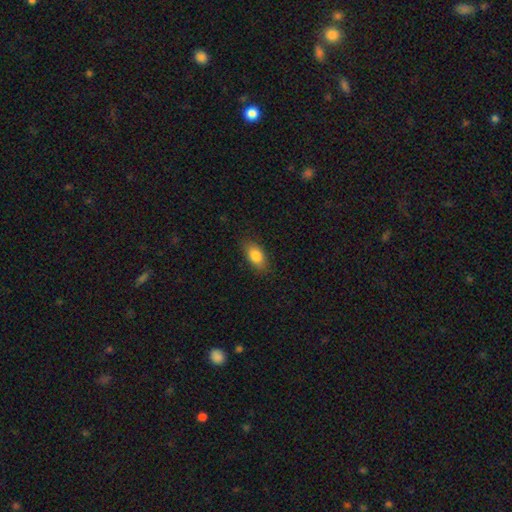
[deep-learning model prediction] Smooth or featured: smooth — 83% (featured or disk — 9%)
How rounded: in between — 88% (round — 8%)
Merging: none — 83% (minor disturbance — 13%)